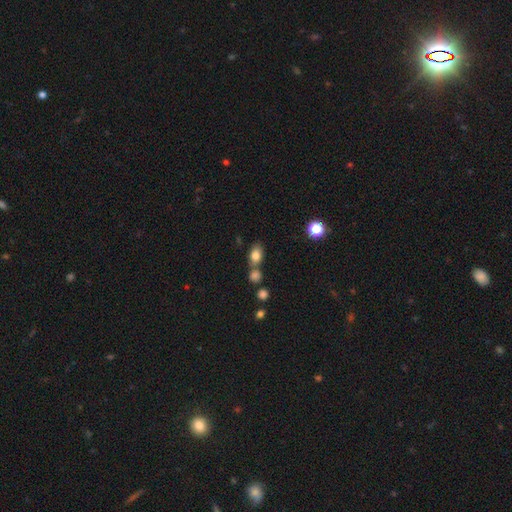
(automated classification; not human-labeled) Overall: smooth (80%). How rounded: in between (77%). Merging: none (55%; merger 28%).